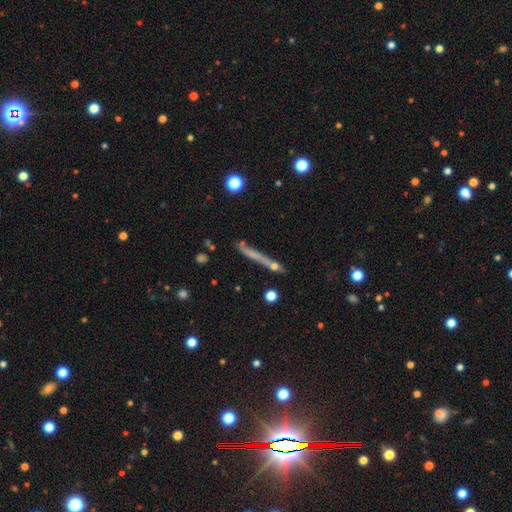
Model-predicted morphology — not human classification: Overall: smooth (48%; featured or disk 42%). Merging: none (69%).